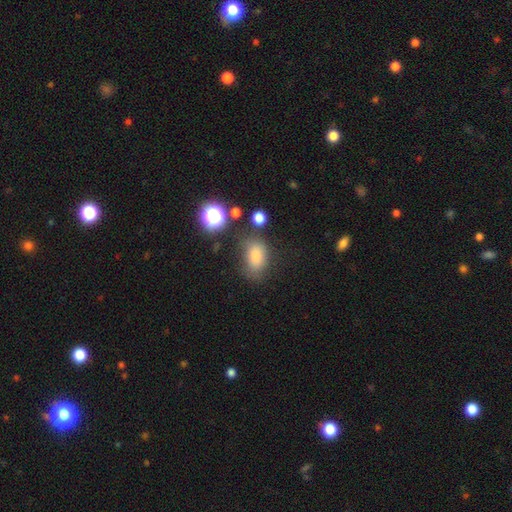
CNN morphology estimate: A smooth galaxy with no disk features (75%) that is in between round and cigar-shaped (79%).

Vote fractions:
- Smooth or featured? smooth: 75% / star or artifact: 15% / featured or disk: 10%
- How rounded? in between: 79% / round: 19% / cigar-shaped: 2%
- Merging? none: 65% / minor disturbance: 21% / major disturbance: 8% / merger: 6%